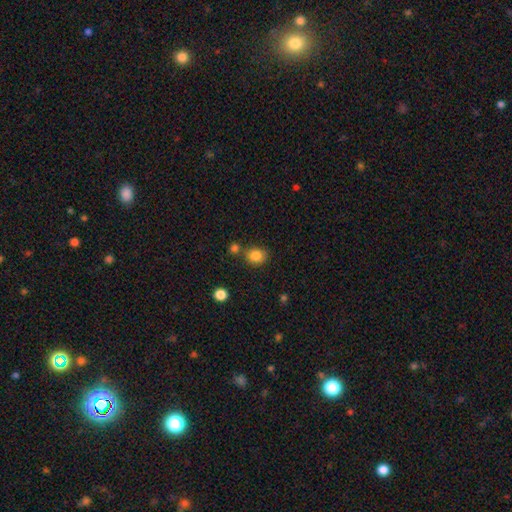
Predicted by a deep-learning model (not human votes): The model was most divided on "how rounded": round: 67%, in between: 32%, cigar-shaped: 1%. More confident: smooth or featured — smooth (84%); merging — none (69%).